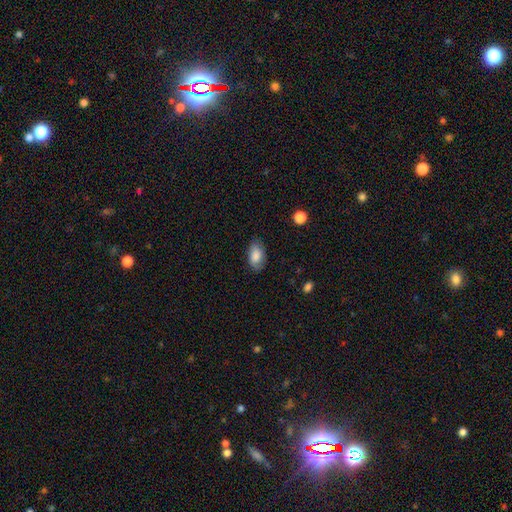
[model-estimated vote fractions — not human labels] A smooth galaxy with no disk features (84%) that is in between round and cigar-shaped (93%).

Vote fractions:
- Smooth or featured? smooth: 84% / featured or disk: 9% / star or artifact: 7%
- How rounded? in between: 93% / round: 5% / cigar-shaped: 2%
- Merging? none: 81% / minor disturbance: 15% / major disturbance: 3% / merger: 1%